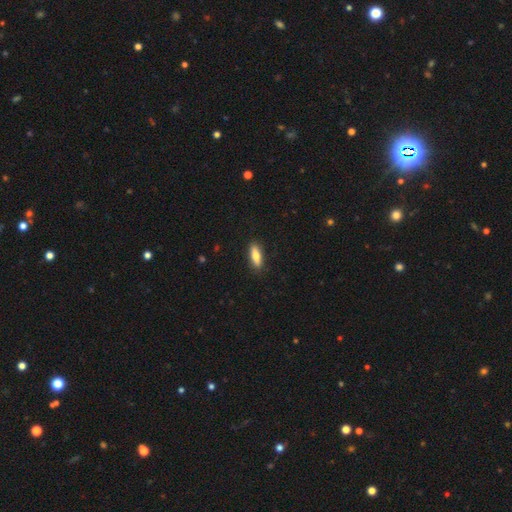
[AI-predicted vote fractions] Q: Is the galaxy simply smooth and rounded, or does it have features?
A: smooth — 71%.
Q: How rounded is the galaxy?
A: in between — 56%.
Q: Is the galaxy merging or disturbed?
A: none — 88%.